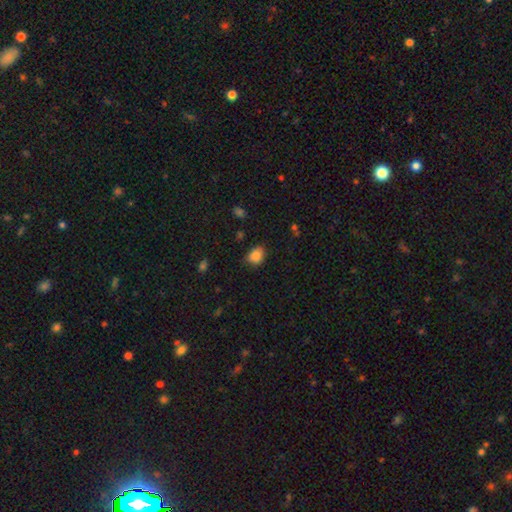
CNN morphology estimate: smooth 86%, star or artifact 9%, featured or disk 5%. Down the decision tree: how rounded — in between (53%); merging — none (69%).